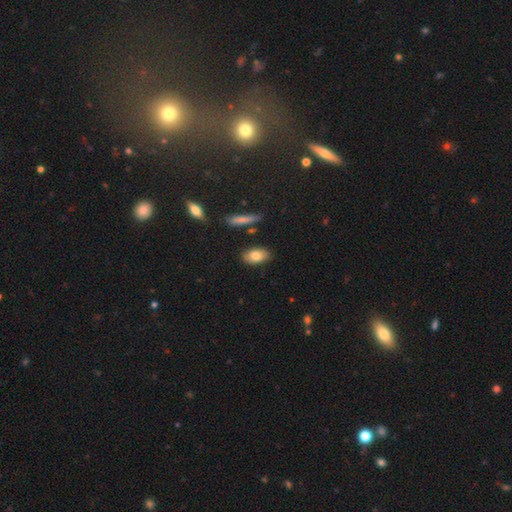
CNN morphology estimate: This is likely a smooth galaxy (80%). How rounded: clearly in between (90%). Merging: clearly none (83%).